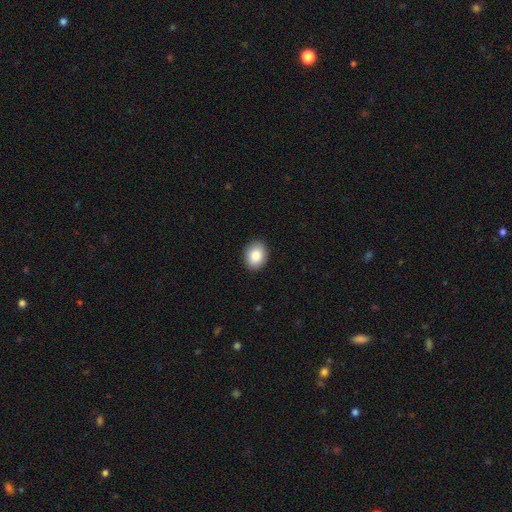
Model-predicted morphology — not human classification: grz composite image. It shows a smooth galaxy with no disk features (87%) that is in between round and cigar-shaped (60%). Merging: none (89%).